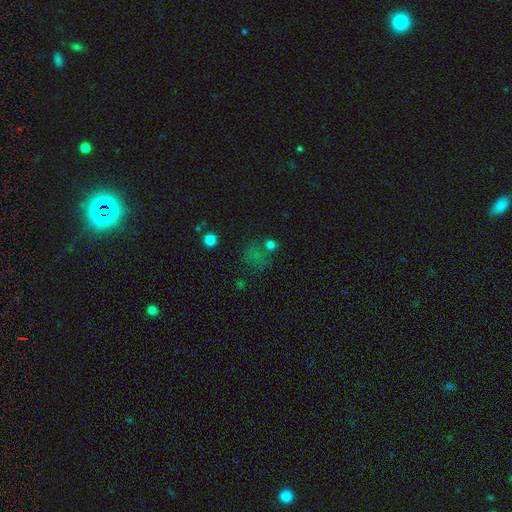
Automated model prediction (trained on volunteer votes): Q: Smooth or featured?
A: smooth (54%); runner-up: star or artifact (34%)
Q: How rounded?
A: round (76%); runner-up: in between (23%)
Q: Merging?
A: none (57%); runner-up: minor disturbance (17%)